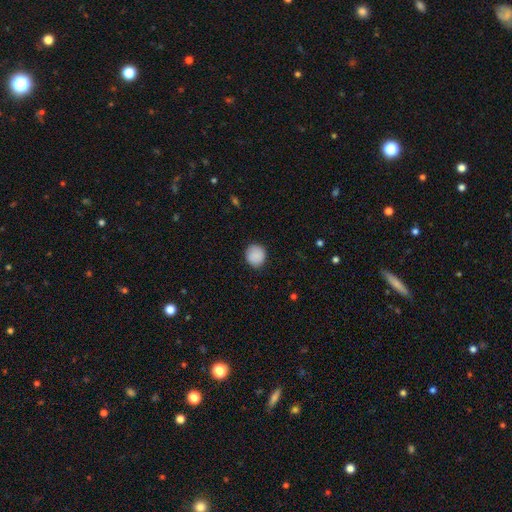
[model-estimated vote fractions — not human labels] smooth-or-featured: smooth: 89% | star or artifact: 7% | featured or disk: 4%
  how-rounded: round: 87% | in between: 12% | cigar-shaped: 1%
  merging: none: 87% | minor disturbance: 10% | major disturbance: 2% | merger: 1%